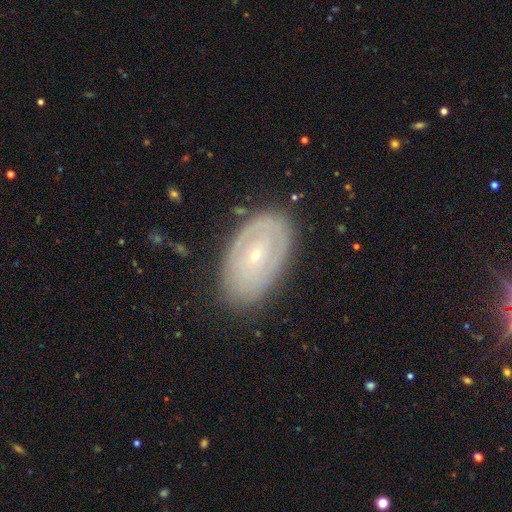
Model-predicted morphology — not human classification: smooth-or-featured: featured or disk: 63% | smooth: 29% | star or artifact: 7%
  disk-edge-on: no: 93% | yes: 7%
    bar: no: 72% | weak: 22% | strong: 6%
    has-spiral-arms: yes: 53% | no: 47%
    bulge-size: small: 81% | moderate: 16% | none: 1% | large: 1% | dominant: 1%
  merging: none: 79% | minor disturbance: 16% | major disturbance: 4% | merger: 1%